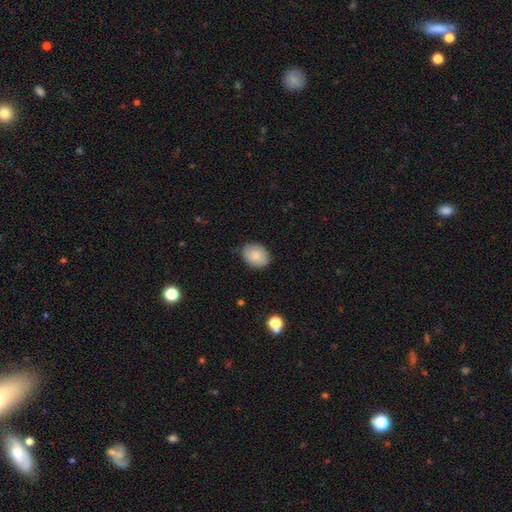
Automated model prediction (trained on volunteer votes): This is clearly a smooth galaxy (85%). How rounded: likely in between (64%). Merging: clearly none (81%).